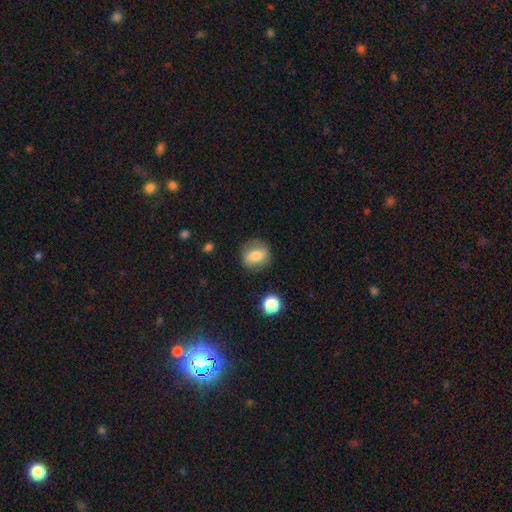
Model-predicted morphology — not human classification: Smooth or featured? smooth (67%)
How rounded? round (60%)
Merging? none (81%)